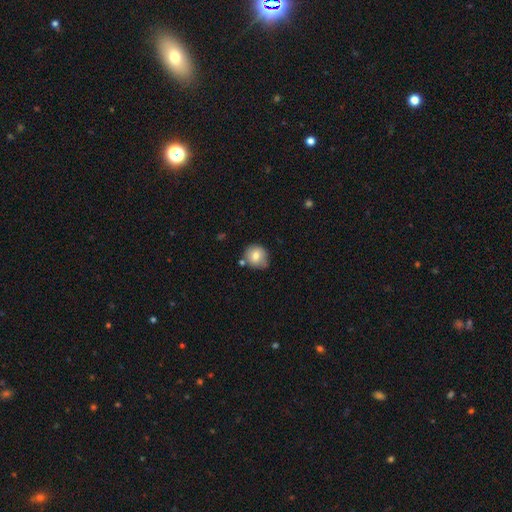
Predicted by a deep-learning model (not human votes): A smooth galaxy with no disk features (76%) that is round (87%).

Vote fractions:
- Smooth or featured? smooth: 76% / featured or disk: 15% / star or artifact: 9%
- How rounded? round: 87% / in between: 13% / cigar-shaped: 1%
- Merging? none: 67% / minor disturbance: 21% / merger: 8% / major disturbance: 4%